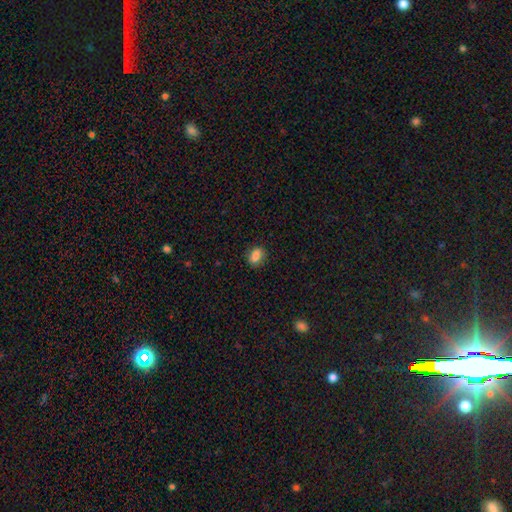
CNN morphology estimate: Q: Smooth or featured?
A: smooth (84%); runner-up: star or artifact (9%)
Q: How rounded?
A: in between (69%); runner-up: round (29%)
Q: Merging?
A: none (82%); runner-up: minor disturbance (13%)